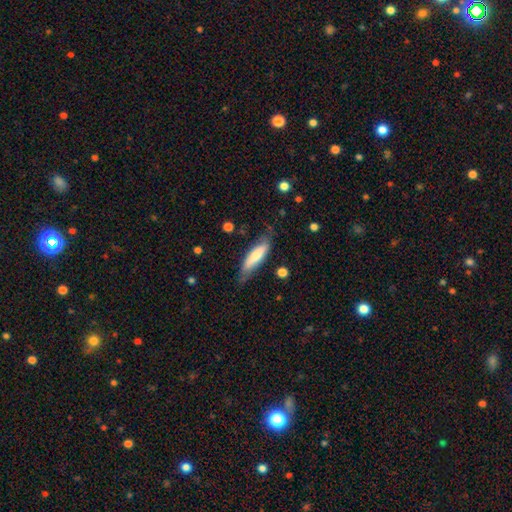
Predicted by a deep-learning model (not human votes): Morphology: type=smooth (68%); roundness=cigar-shaped (66%); merging=none (67%).